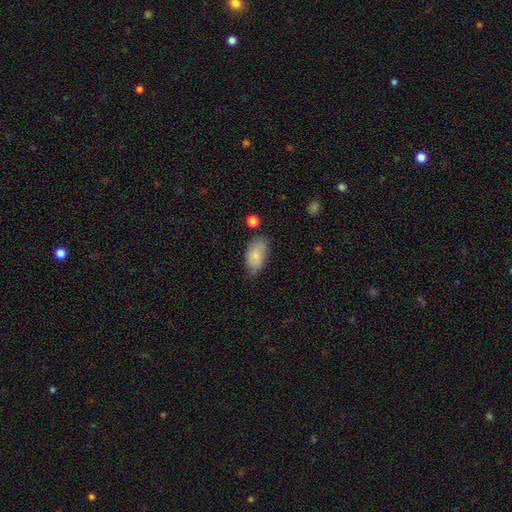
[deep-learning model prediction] smooth-or-featured: smooth: 82% | featured or disk: 12% | star or artifact: 7%
  how-rounded: in between: 93% | round: 4% | cigar-shaped: 3%
  merging: none: 67% | minor disturbance: 25% | major disturbance: 5% | merger: 3%